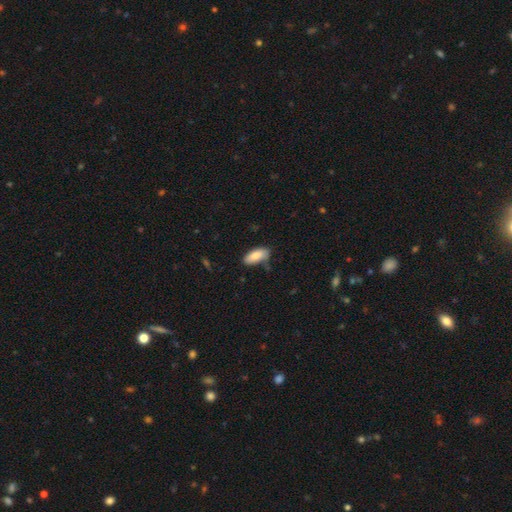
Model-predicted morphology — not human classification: Smooth or featured: smooth — 84% (featured or disk — 9%)
How rounded: in between — 85% (cigar-shaped — 13%)
Merging: none — 72% (minor disturbance — 21%)